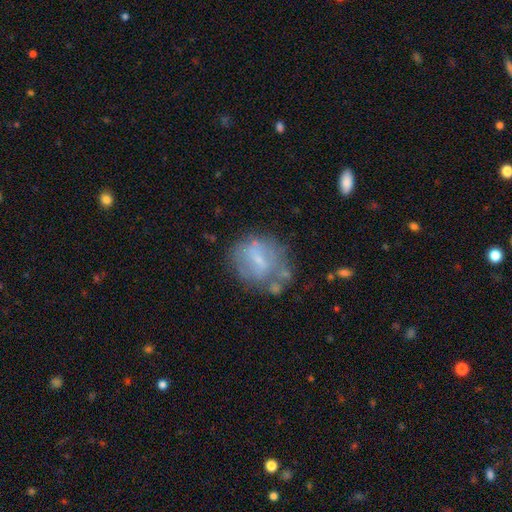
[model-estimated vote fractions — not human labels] This appears to be a featured or disk galaxy (45%). Merging: none (60%).